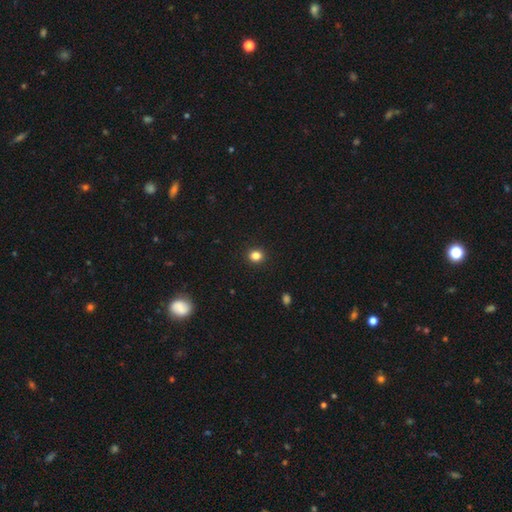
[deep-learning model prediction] The model was most divided on "how rounded": round: 82%, in between: 17%, cigar-shaped: 1%. More confident: merging — none (92%); smooth or featured — smooth (84%).